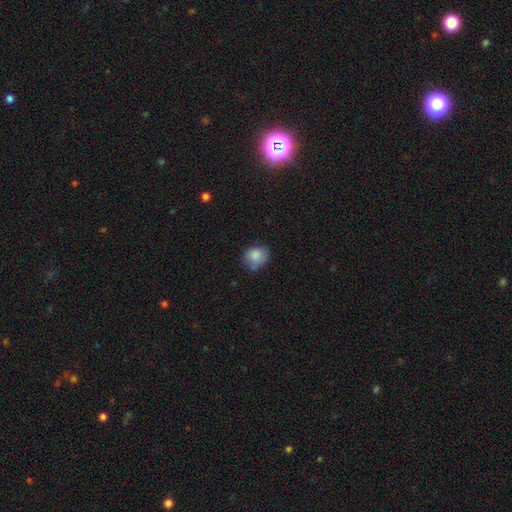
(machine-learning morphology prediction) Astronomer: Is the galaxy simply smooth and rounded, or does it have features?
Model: smooth — 84%.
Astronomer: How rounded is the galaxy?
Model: round — 66%.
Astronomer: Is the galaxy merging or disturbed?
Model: none — 60%.